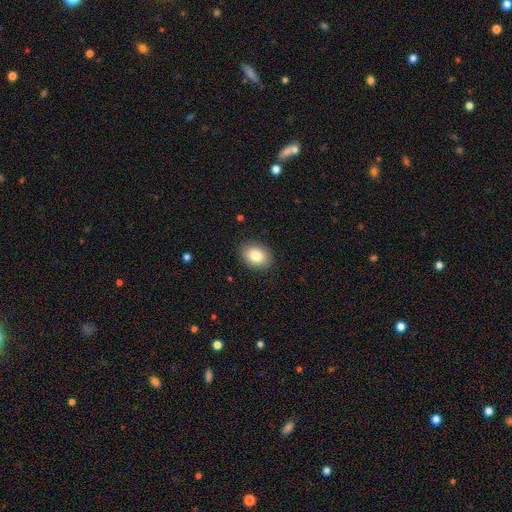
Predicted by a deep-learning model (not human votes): smooth_or_featured: smooth (p=0.85) [alt: star or artifact p=0.08]
how_rounded: in between (p=0.71) [alt: round p=0.28]
merging: none (p=0.88) [alt: minor disturbance p=0.08]